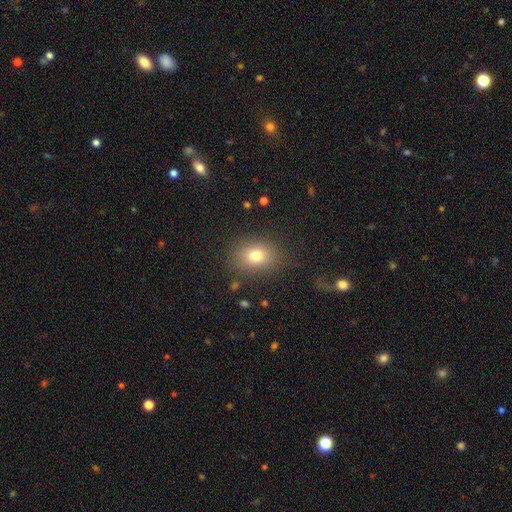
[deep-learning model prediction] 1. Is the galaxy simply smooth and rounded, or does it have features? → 76% smooth, 13% star or artifact, 11% featured or disk.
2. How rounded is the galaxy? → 51% in between, 48% round, 1% cigar-shaped.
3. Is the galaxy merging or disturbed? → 84% none, 10% minor disturbance, 5% major disturbance, 2% merger.